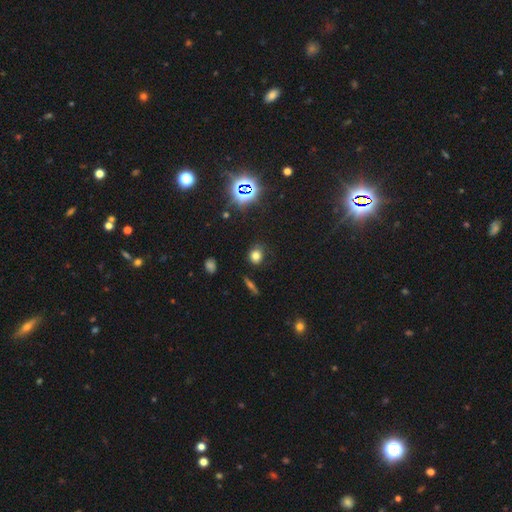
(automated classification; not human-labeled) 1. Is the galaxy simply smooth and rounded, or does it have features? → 71% smooth, 21% star or artifact, 8% featured or disk.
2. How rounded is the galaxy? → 68% round, 30% in between, 2% cigar-shaped.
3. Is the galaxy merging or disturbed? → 78% none, 15% minor disturbance, 5% major disturbance, 2% merger.